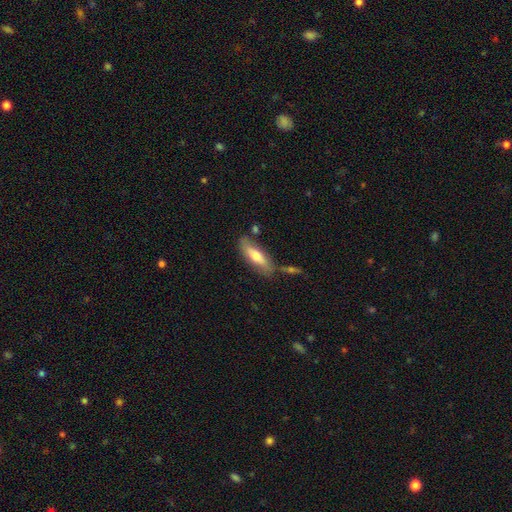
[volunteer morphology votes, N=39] A featured or disk galaxy (56%) viewed edge-on (50%, tied with no) with a rounded central bulge (100%). Merging: none (77%).